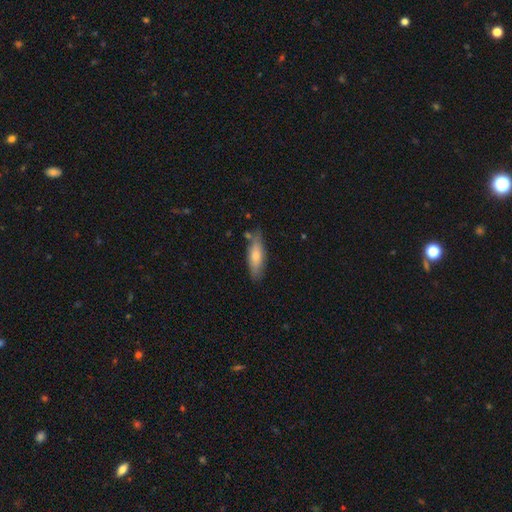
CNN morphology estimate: Overall: smooth (69%). How rounded: in between (54%; cigar-shaped 43%). Merging: none (74%).